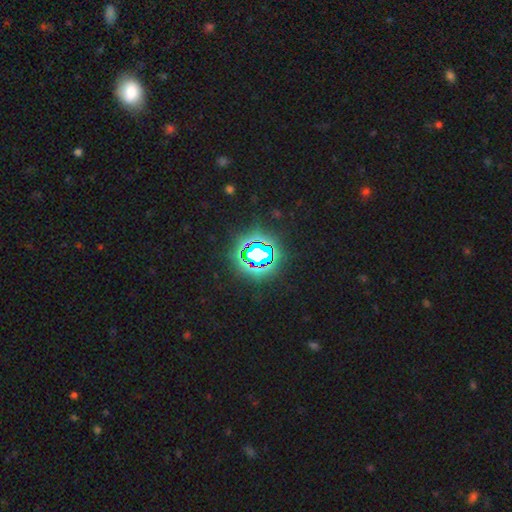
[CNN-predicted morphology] This appears to be a star or artifact, not a galaxy (76%).